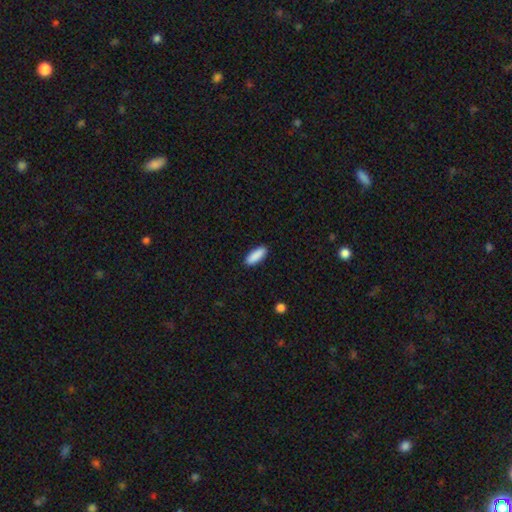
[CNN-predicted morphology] Overall: smooth (90%). How rounded: in between (63%; cigar-shaped 35%). Merging: none (90%).